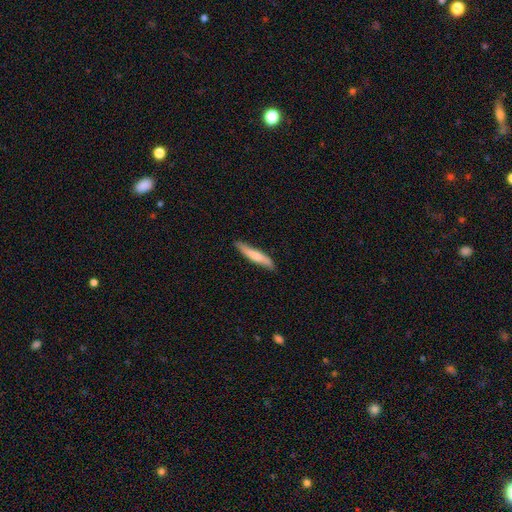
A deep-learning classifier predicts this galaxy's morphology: Smooth or featured: smooth — 64% (featured or disk — 31%)
How rounded: cigar-shaped — 89% (in between — 10%)
Merging: none — 82% (minor disturbance — 15%)